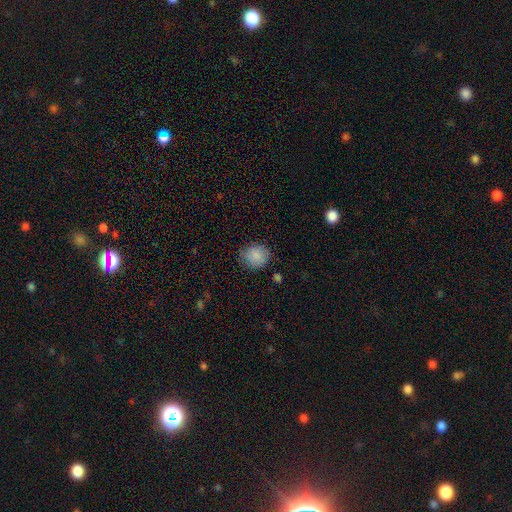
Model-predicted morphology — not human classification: smooth-or-featured: smooth: 87% | star or artifact: 8% | featured or disk: 5%
  how-rounded: round: 78% | in between: 21% | cigar-shaped: 1%
  merging: none: 82% | minor disturbance: 13% | major disturbance: 3% | merger: 1%